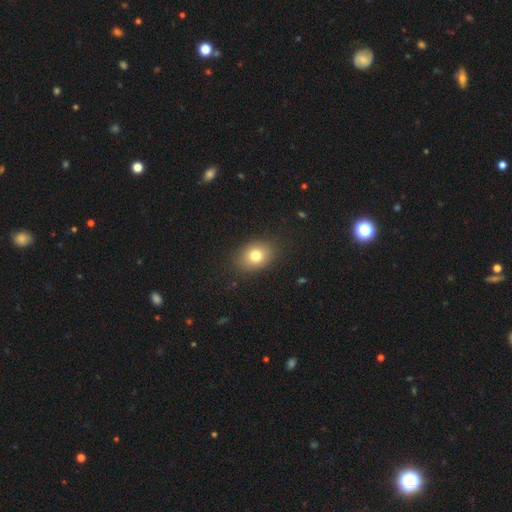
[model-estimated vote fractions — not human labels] smooth_or_featured: smooth (p=0.78) [alt: featured or disk p=0.11]
how_rounded: in between (p=0.64) [alt: round p=0.35]
merging: none (p=0.86) [alt: minor disturbance p=0.10]